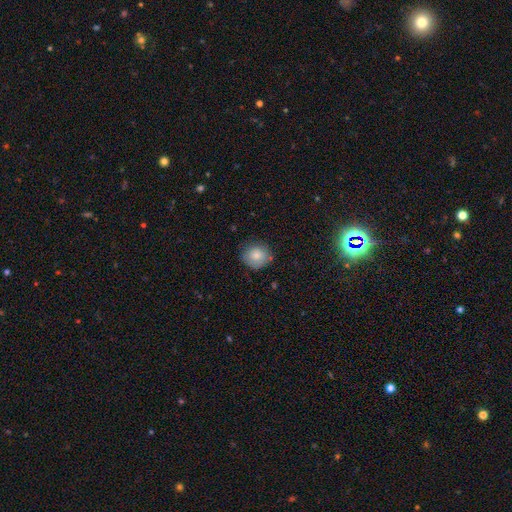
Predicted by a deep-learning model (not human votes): This is clearly a smooth galaxy (82%). How rounded: clearly round (86%). Merging: likely none (78%).